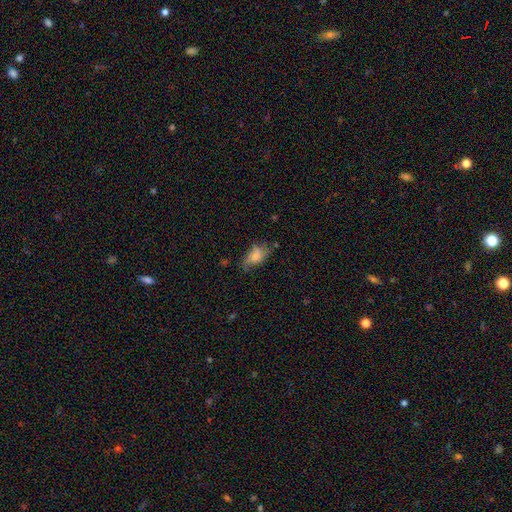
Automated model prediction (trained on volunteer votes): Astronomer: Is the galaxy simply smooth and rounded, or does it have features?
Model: smooth — 66%.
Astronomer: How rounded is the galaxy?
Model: in between — 88%.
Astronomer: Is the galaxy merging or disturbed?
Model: none — 47% (runner-up: minor disturbance, 32%).